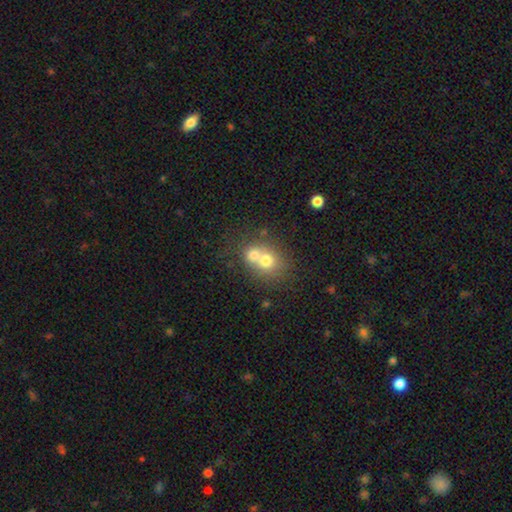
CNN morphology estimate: smooth 65%, featured or disk 23%, star or artifact 12%. Down the decision tree: how rounded — round (72%); merging — merger (62%).